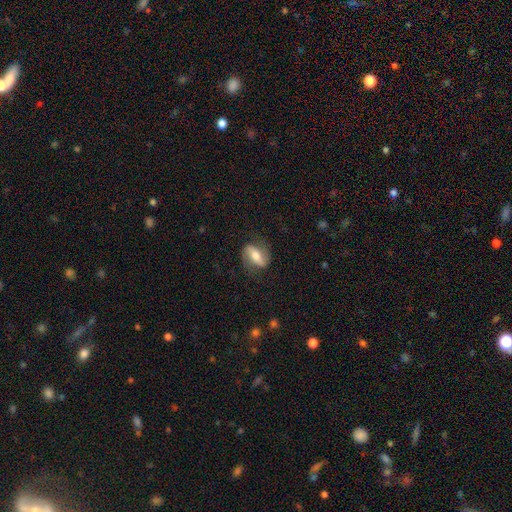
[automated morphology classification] smooth-or-featured: featured or disk: 64% | smooth: 29% | star or artifact: 7%
  disk-edge-on: no: 93% | yes: 7%
    bar: strong: 45% | weak: 32% | no: 23%
    has-spiral-arms: yes: 87% | no: 13%
      spiral-winding: loose: 46% | medium: 37% | tight: 16%
      spiral-arm-count: 2: 90% | can't tell: 5% | 1: 3% | 3: 1% | 4: 1% | more than 4: 1%
    bulge-size: moderate: 58% | small: 20% | large: 16% | none: 3% | dominant: 2%
  merging: none: 77% | minor disturbance: 15% | major disturbance: 7% | merger: 1%